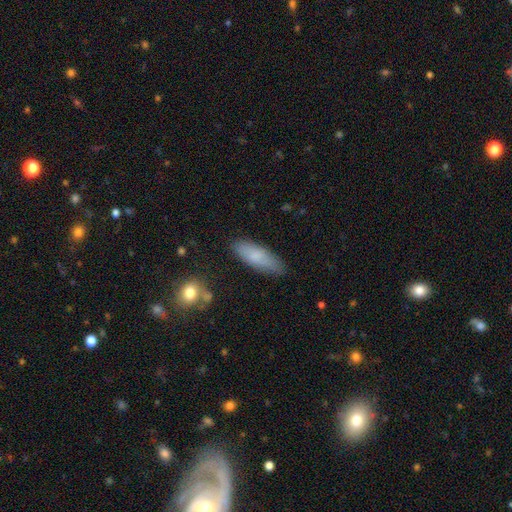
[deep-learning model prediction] Q: Smooth or featured?
A: smooth (79%); runner-up: featured or disk (14%)
Q: How rounded?
A: in between (56%); runner-up: cigar-shaped (42%)
Q: Merging?
A: none (80%); runner-up: minor disturbance (15%)